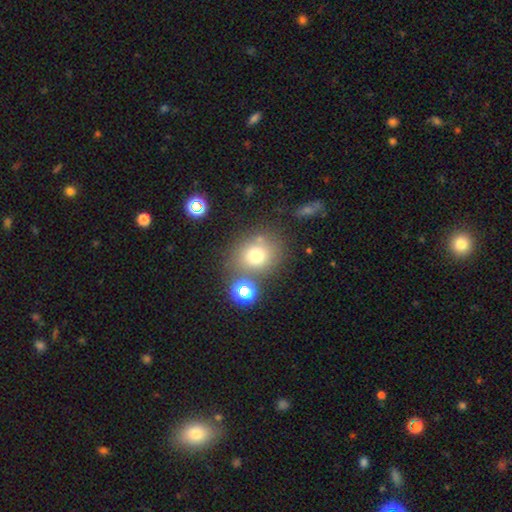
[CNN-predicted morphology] smooth_or_featured: smooth (p=0.73) [alt: star or artifact p=0.16]
how_rounded: round (p=0.74) [alt: in between p=0.25]
merging: none (p=0.69) [alt: minor disturbance p=0.13]